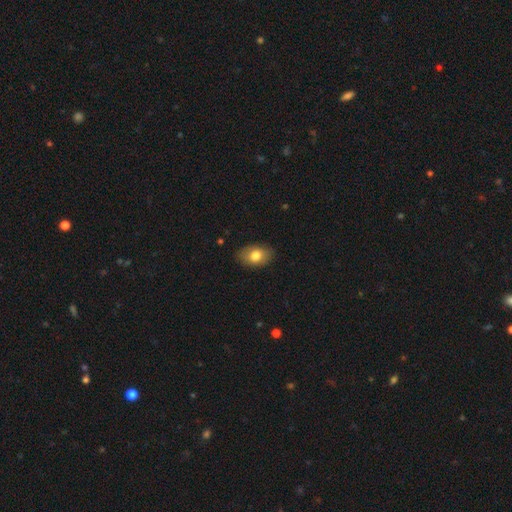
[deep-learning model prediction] smooth 78%, featured or disk 14%, star or artifact 8%. Down the decision tree: how rounded — in between (86%); merging — none (85%).